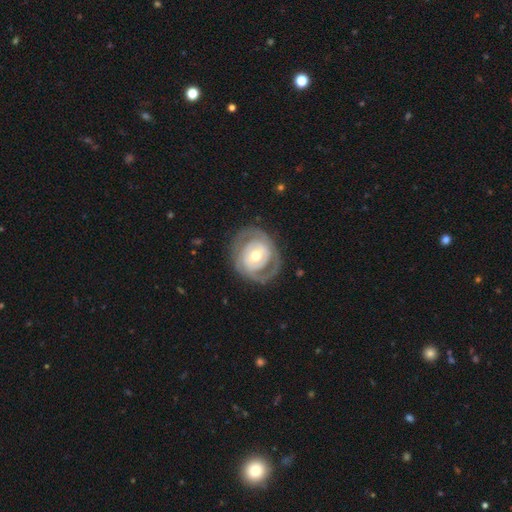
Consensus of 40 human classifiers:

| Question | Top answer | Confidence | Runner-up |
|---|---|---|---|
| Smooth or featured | featured or disk | 65% | smooth (32%) |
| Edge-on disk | no | 100% | — |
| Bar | no | 62% | weak (27%) |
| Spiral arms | yes | 58% | no (42%) |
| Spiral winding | tight | 47% | medium (33%) |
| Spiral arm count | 2 | 60% | 1 (20%) |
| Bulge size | moderate | 62% | small (31%) |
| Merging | none | 69% | major disturbance (18%) |